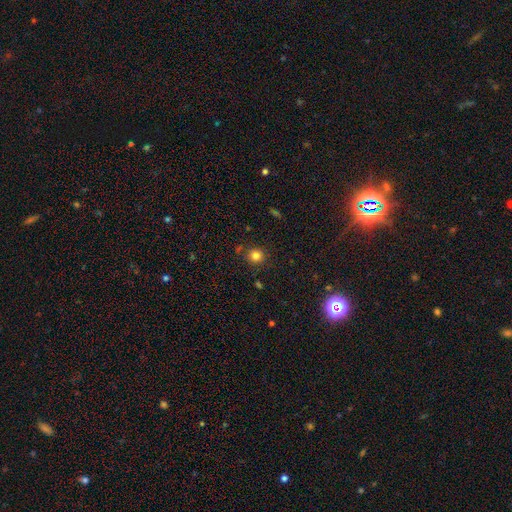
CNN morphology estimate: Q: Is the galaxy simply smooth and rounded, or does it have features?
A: smooth — 80%.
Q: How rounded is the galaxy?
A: round — 91%.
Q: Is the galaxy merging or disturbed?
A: none — 84%.